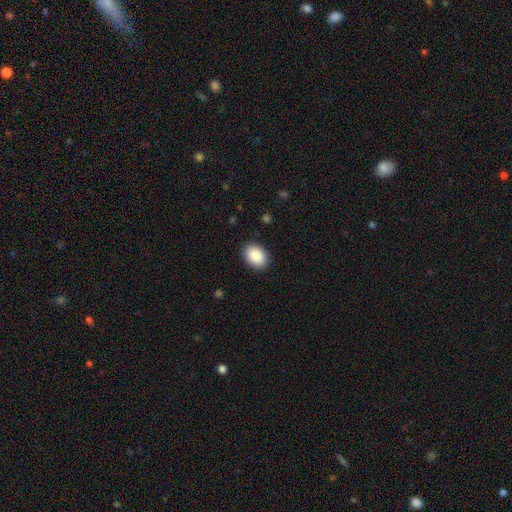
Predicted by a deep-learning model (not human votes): This is clearly a smooth galaxy (90%). How rounded: likely in between (77%). Merging: clearly none (89%).